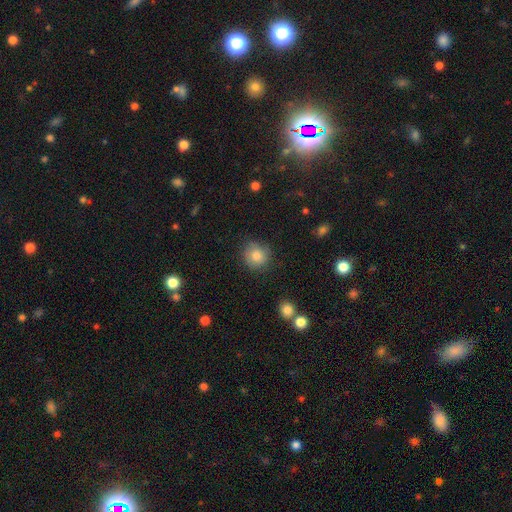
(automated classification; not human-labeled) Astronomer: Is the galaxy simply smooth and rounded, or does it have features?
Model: smooth — 78%.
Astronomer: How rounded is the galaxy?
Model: round — 88%.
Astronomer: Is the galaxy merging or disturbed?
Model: none — 77%.